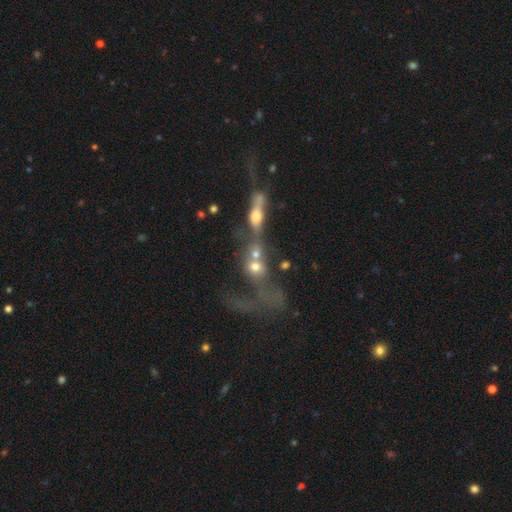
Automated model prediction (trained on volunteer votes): Overall: featured or disk (47%; smooth 36%). Merging: merger (71%).